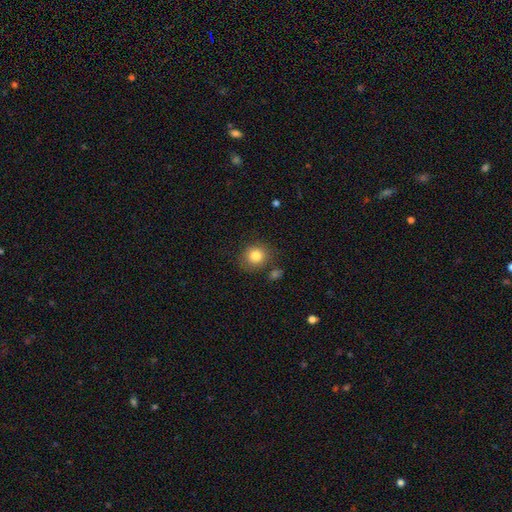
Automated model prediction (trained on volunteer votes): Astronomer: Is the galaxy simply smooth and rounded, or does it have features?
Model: smooth — 82%.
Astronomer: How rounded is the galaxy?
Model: round — 81%.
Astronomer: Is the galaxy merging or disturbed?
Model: none — 78%.